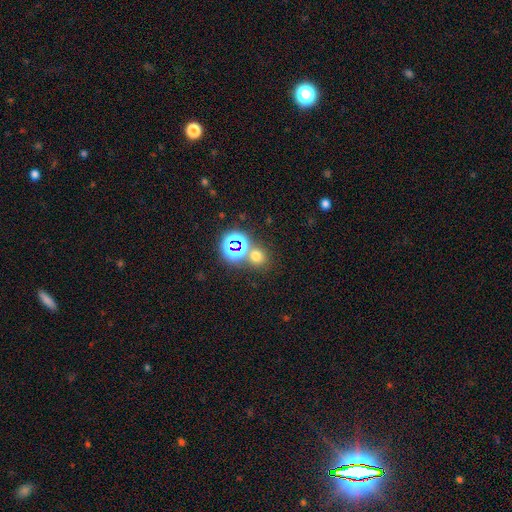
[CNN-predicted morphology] This is likely a smooth galaxy (60%). How rounded: clearly round (82%). Merging: likely none (69%).